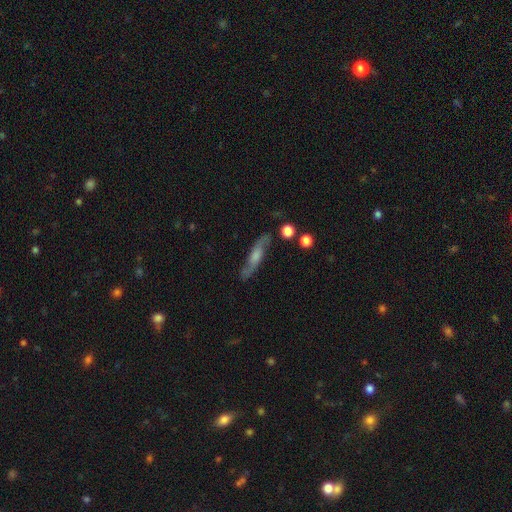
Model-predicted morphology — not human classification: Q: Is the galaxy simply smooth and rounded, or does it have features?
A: featured or disk — 66%.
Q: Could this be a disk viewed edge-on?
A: no — 55%.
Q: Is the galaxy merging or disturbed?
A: none — 78%.